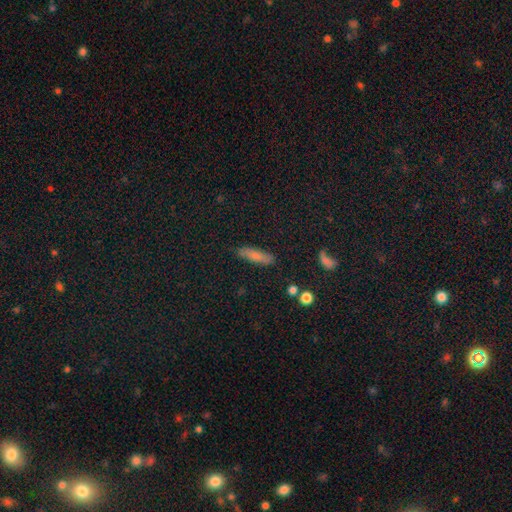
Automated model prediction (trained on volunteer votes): A smooth galaxy with no disk features (72%) that is cigar-shaped (63%).

Vote fractions:
- Smooth or featured? smooth: 72% / featured or disk: 19% / star or artifact: 8%
- How rounded? cigar-shaped: 63% / in between: 35% / round: 3%
- Merging? none: 84% / minor disturbance: 11% / major disturbance: 3% / merger: 2%